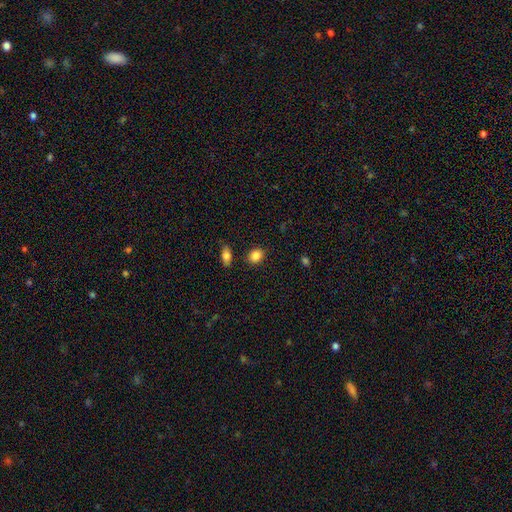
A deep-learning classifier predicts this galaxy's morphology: type=smooth (86%); roundness=round (50%); merging=none (86%).